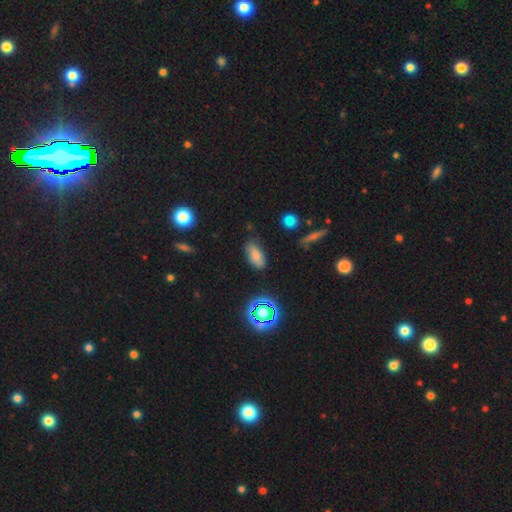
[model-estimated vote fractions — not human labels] Overall: smooth (75%). How rounded: in between (86%). Merging: none (76%).